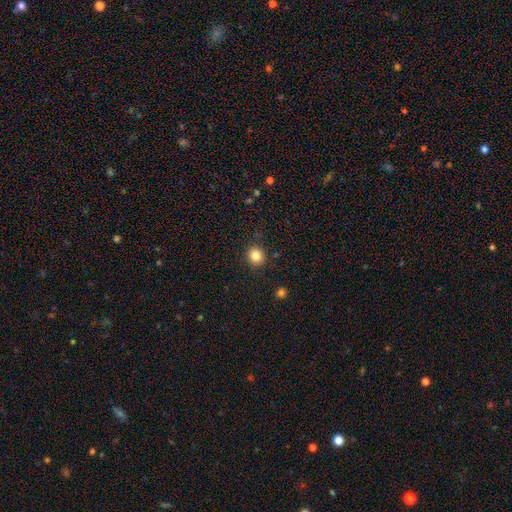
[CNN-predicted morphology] This appears to be a smooth galaxy with no disk features (83%) that is round (86%). Merging: none (89%).